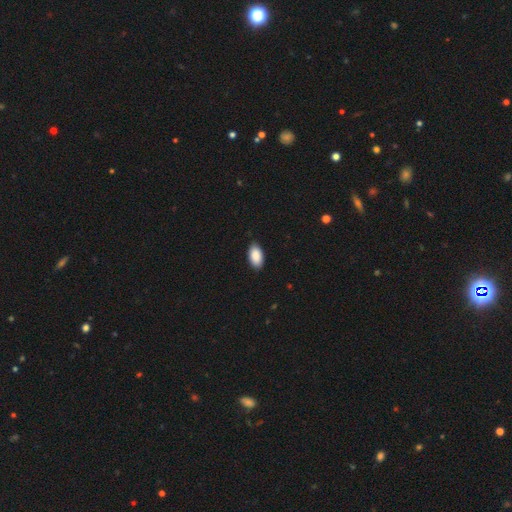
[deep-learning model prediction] This is clearly a smooth galaxy (90%). How rounded: clearly in between (95%). Merging: clearly none (87%).